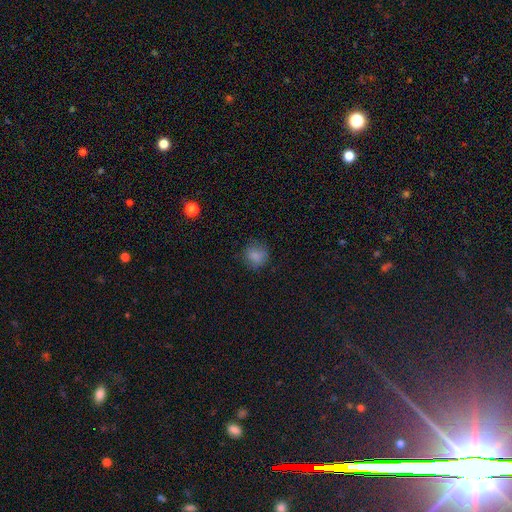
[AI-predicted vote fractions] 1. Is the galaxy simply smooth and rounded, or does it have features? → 81% smooth, 12% star or artifact, 7% featured or disk.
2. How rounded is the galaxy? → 85% round, 14% in between, 1% cigar-shaped.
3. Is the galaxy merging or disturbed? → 79% none, 15% minor disturbance, 5% major disturbance, 1% merger.